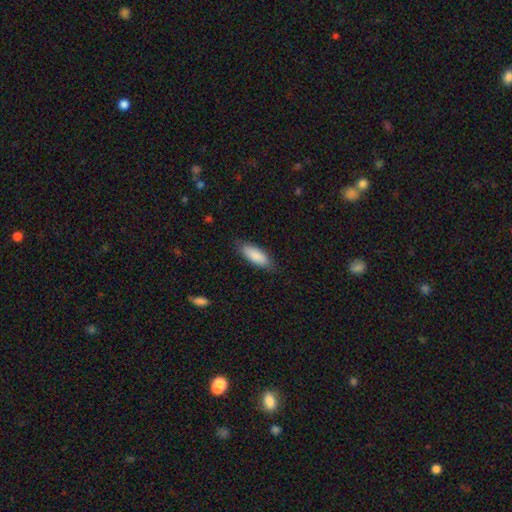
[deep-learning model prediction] Smooth or featured: smooth — 88% (featured or disk — 6%)
How rounded: in between — 74% (cigar-shaped — 24%)
Merging: none — 82% (minor disturbance — 14%)